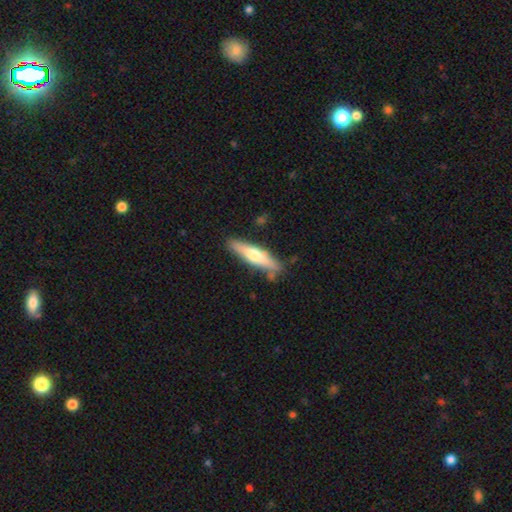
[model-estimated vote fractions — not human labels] Q: Smooth or featured?
A: featured or disk (48%); runner-up: smooth (47%)
Q: Merging?
A: none (81%); runner-up: minor disturbance (13%)